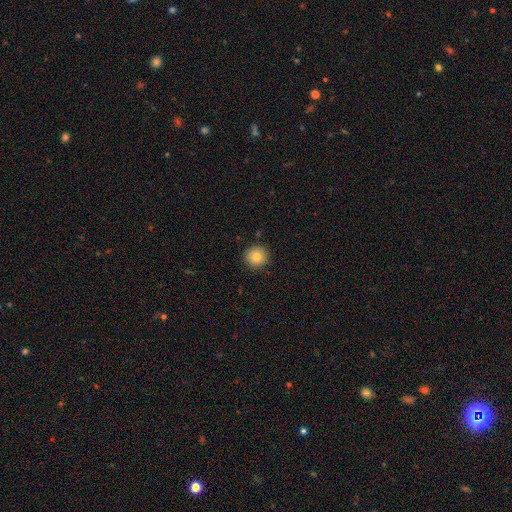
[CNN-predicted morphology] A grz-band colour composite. It shows a smooth galaxy with no disk features (81%) that is round (94%). Merging: none (90%).